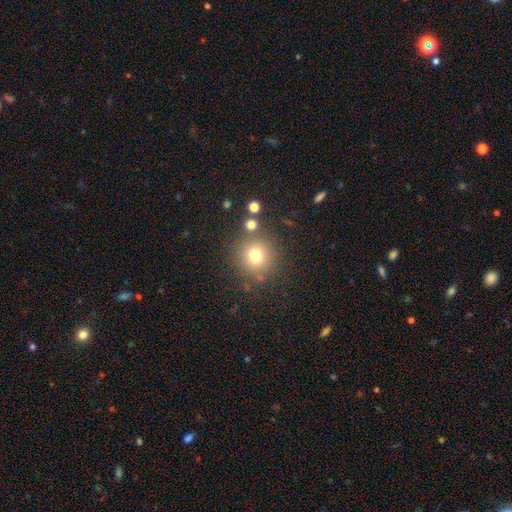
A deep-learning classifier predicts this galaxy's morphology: smooth-or-featured: smooth: 74% | star or artifact: 15% | featured or disk: 11%
  how-rounded: round: 93% | in between: 6% | cigar-shaped: 1%
  merging: none: 78% | minor disturbance: 10% | merger: 8% | major disturbance: 4%